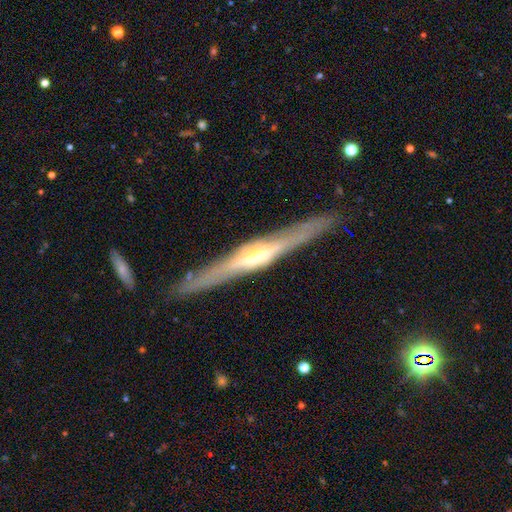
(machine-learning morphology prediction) Smooth or featured? Predicted: featured or disk (p=0.80). Edge-on disk? Predicted: yes (p=0.95). Edge-on bulge? Predicted: rounded (p=0.83). Merging? Predicted: none (p=0.87).